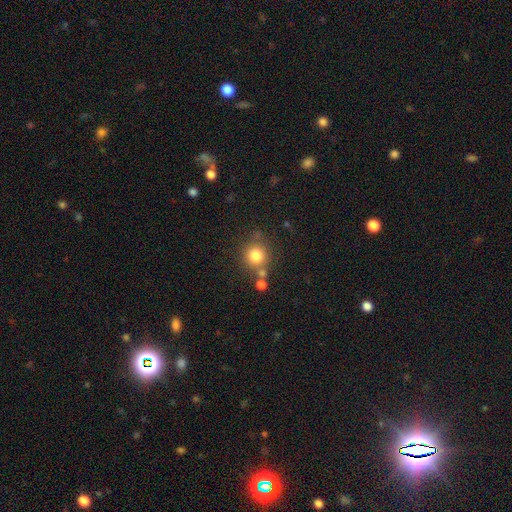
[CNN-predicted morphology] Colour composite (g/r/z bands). It shows a smooth galaxy with no disk features (79%) that is round (90%). Merging: none (69%).